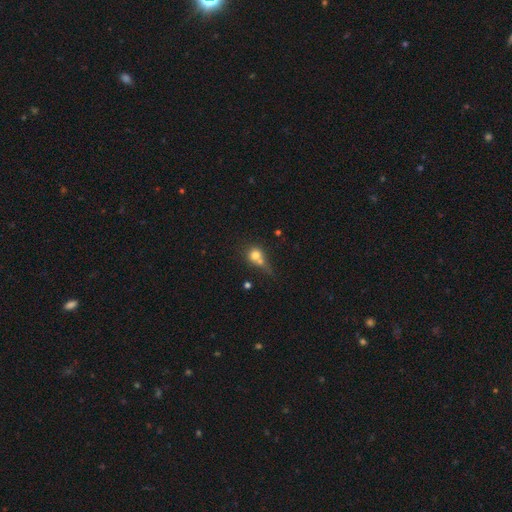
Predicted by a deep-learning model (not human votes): The model was most divided on "merging": merger: 44%, none: 31%, minor disturbance: 14%, major disturbance: 12%. More confident: how rounded — round (76%); smooth or featured — smooth (71%).